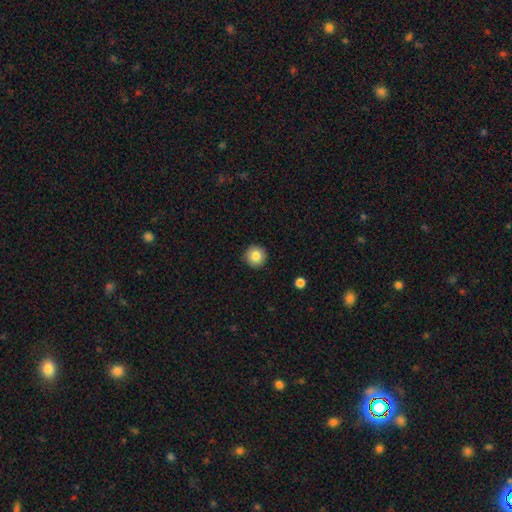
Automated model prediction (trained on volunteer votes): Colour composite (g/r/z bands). It shows a smooth galaxy with no disk features (84%) that is round (96%). Merging: none (92%).